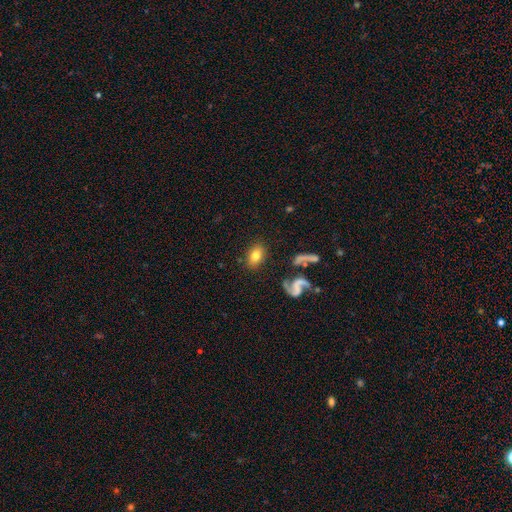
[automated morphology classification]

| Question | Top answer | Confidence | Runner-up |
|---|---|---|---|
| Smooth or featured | smooth | 72% | featured or disk (19%) |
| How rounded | in between | 80% | round (18%) |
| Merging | none | 82% | minor disturbance (10%) |